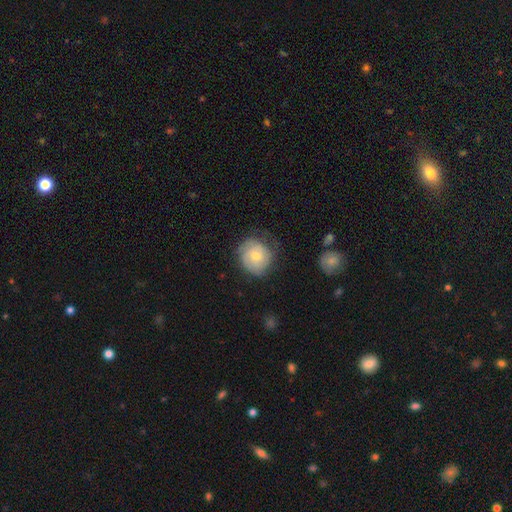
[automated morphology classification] smooth-or-featured: featured or disk: 53% | smooth: 40% | star or artifact: 7%
  disk-edge-on: no: 97% | yes: 3%
    bar: no: 72% | weak: 24% | strong: 4%
    has-spiral-arms: yes: 84% | no: 16%
    bulge-size: moderate: 58% | small: 37% | large: 3% | none: 1% | dominant: 1%
  merging: none: 70% | minor disturbance: 21% | major disturbance: 7% | merger: 1%